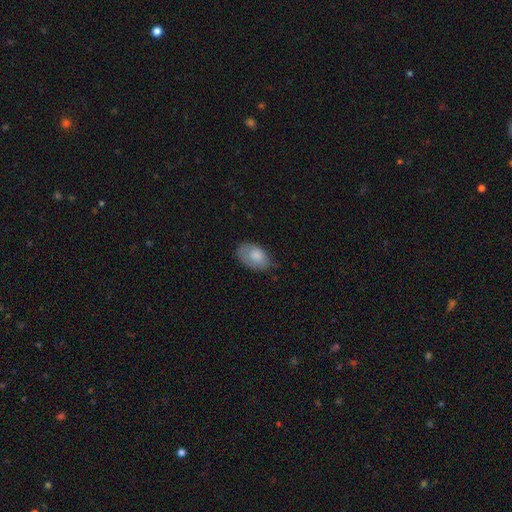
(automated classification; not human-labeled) Smooth or featured? Predicted: smooth (p=0.79). How rounded? Predicted: in between (p=0.91). Merging? Predicted: none (p=0.60).